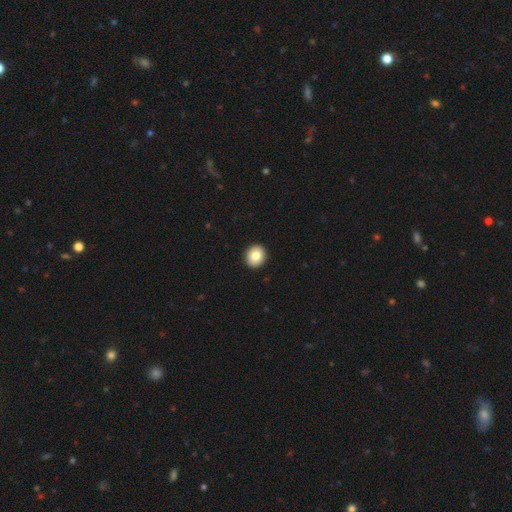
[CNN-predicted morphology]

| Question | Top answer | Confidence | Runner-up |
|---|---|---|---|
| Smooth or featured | smooth | 83% | featured or disk (9%) |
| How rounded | round | 80% | in between (19%) |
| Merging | none | 93% | minor disturbance (5%) |